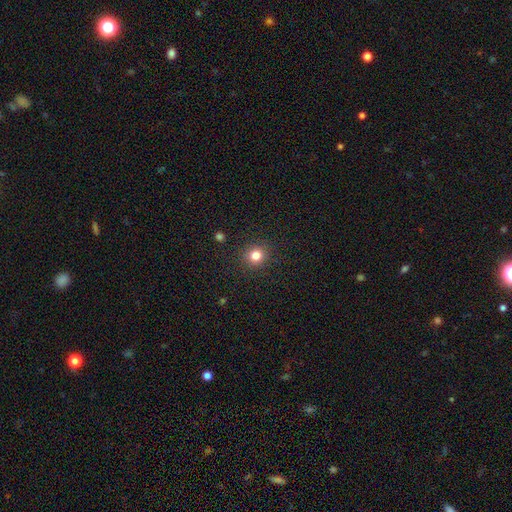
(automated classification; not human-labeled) smooth 82%, star or artifact 13%, featured or disk 5%. Down the decision tree: how rounded — round (88%); merging — none (90%).